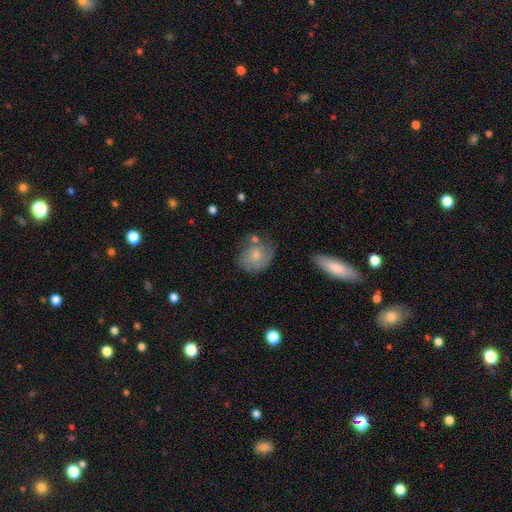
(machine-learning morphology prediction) Q: Smooth or featured?
A: smooth (55%); runner-up: featured or disk (38%)
Q: How rounded?
A: round (64%); runner-up: in between (35%)
Q: Merging?
A: none (52%); runner-up: minor disturbance (26%)